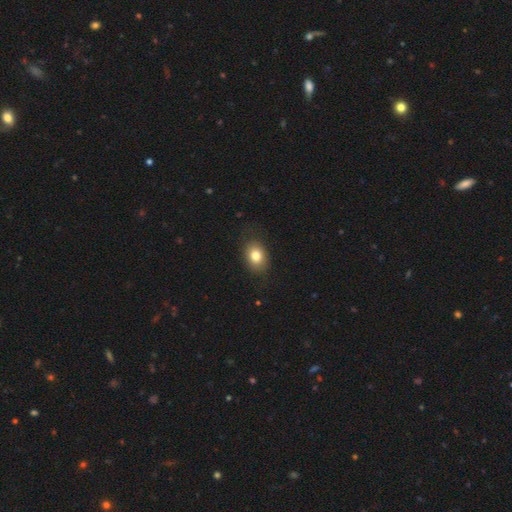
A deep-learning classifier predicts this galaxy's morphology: Smooth or featured? smooth (81%)
How rounded? in between (68%)
Merging? none (82%)